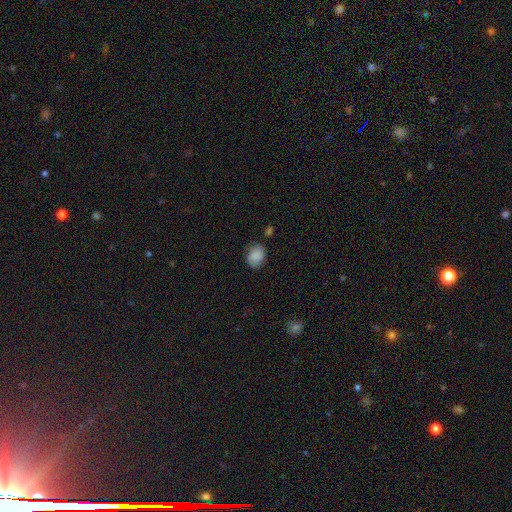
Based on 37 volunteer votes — Smooth or featured: smooth — 86% (featured or disk — 8%)
How rounded: in between — 59% (round — 41%)
Merging: none — 69% (minor disturbance — 20%)